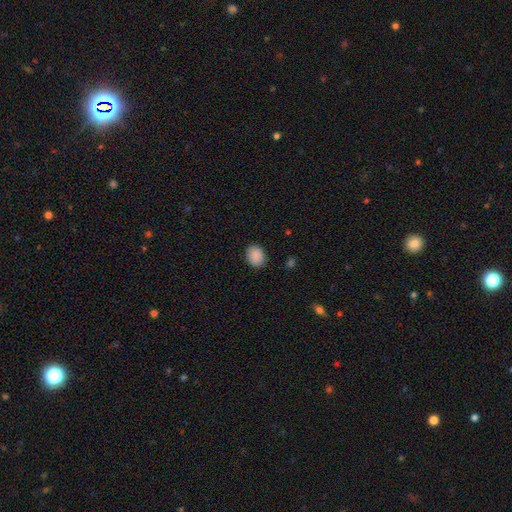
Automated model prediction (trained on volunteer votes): Smooth or featured? Predicted: smooth (p=0.89). How rounded? Predicted: in between (p=0.52). Merging? Predicted: none (p=0.86).